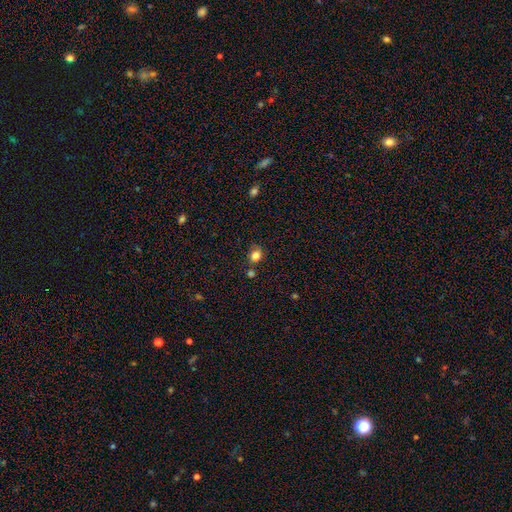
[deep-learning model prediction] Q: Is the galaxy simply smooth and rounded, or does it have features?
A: smooth — 81%.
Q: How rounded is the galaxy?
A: round — 66%.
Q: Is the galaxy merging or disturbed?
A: none — 67%.